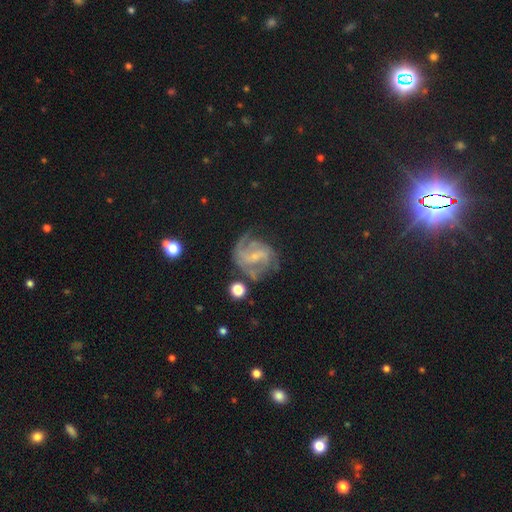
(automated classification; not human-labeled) Q: Smooth or featured?
A: featured or disk (84%); runner-up: smooth (9%)
Q: Edge-on disk?
A: no (98%); runner-up: yes (2%)
Q: Bar?
A: weak (50%); runner-up: no (29%)
Q: Spiral arms?
A: yes (95%); runner-up: no (5%)
Q: Spiral winding?
A: medium (49%); runner-up: tight (33%)
Q: Spiral arm count?
A: 2 (42%); runner-up: 3 (23%)
Q: Bulge size?
A: small (72%); runner-up: moderate (16%)
Q: Merging?
A: none (61%); runner-up: minor disturbance (20%)